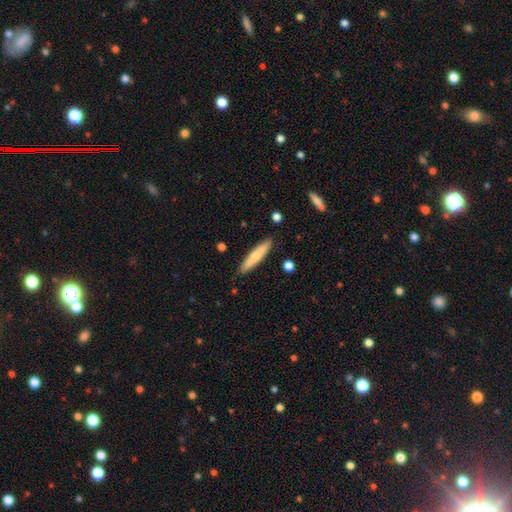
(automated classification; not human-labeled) smooth 67%, featured or disk 28%, star or artifact 6%. Down the decision tree: how rounded — cigar-shaped (88%); merging — none (88%).